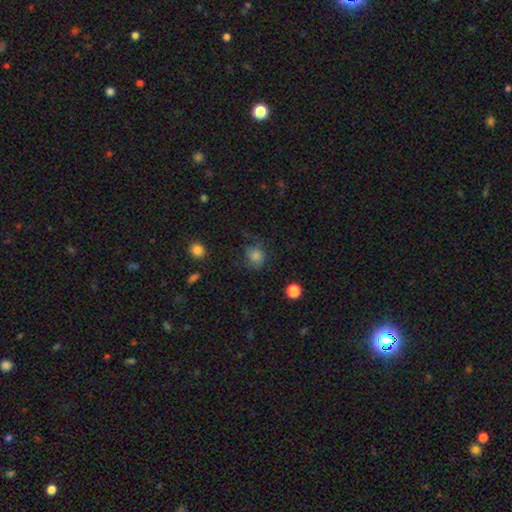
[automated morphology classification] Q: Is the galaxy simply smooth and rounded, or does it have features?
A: smooth — 76%.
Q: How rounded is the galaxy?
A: round — 79%.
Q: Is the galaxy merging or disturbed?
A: none — 65%.